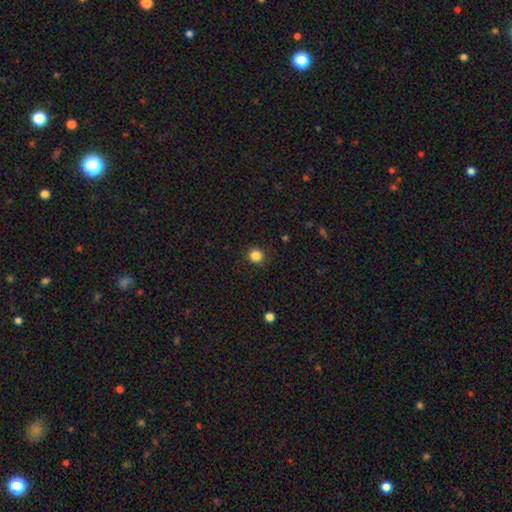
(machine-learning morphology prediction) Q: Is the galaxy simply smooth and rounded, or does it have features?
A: smooth — 85%.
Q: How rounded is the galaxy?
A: round — 90%.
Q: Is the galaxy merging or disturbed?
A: none — 90%.